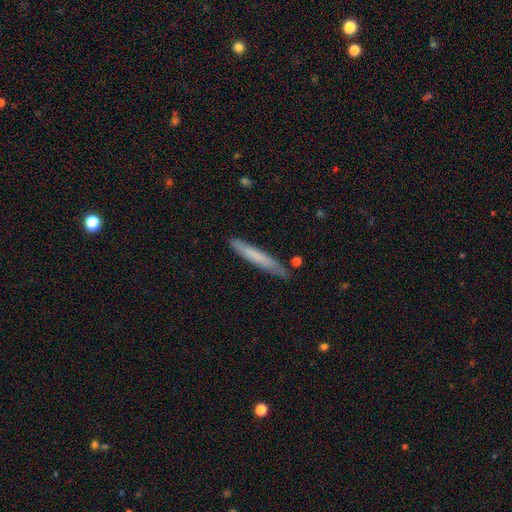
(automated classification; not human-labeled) Smooth or featured? Predicted: smooth (p=0.68). How rounded? Predicted: cigar-shaped (p=0.95). Merging? Predicted: none (p=0.82).